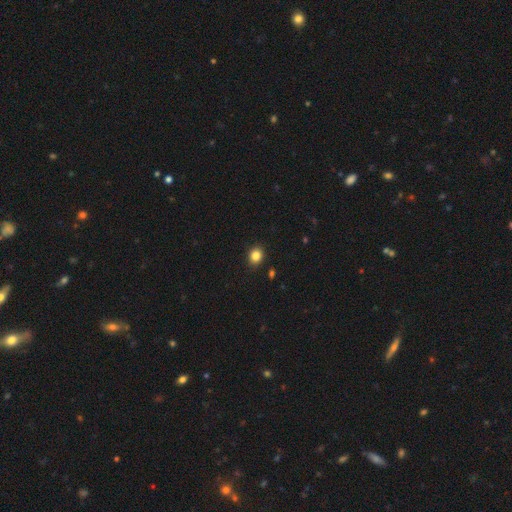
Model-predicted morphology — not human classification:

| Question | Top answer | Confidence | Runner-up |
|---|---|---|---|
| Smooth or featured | smooth | 84% | star or artifact (11%) |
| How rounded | round | 68% | in between (31%) |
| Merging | none | 90% | minor disturbance (7%) |